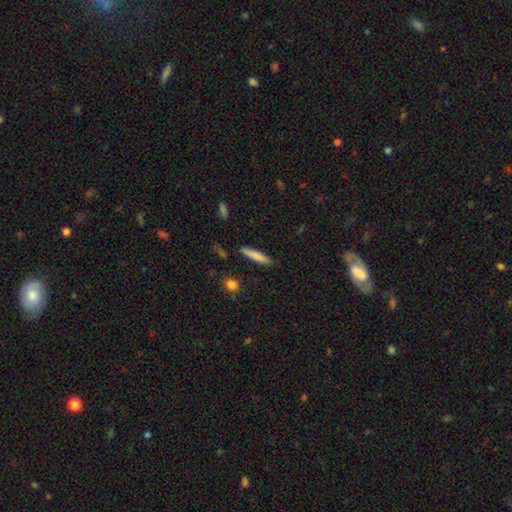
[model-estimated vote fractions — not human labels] Smooth or featured? Predicted: smooth (p=0.81). How rounded? Predicted: cigar-shaped (p=0.87). Merging? Predicted: none (p=0.87).